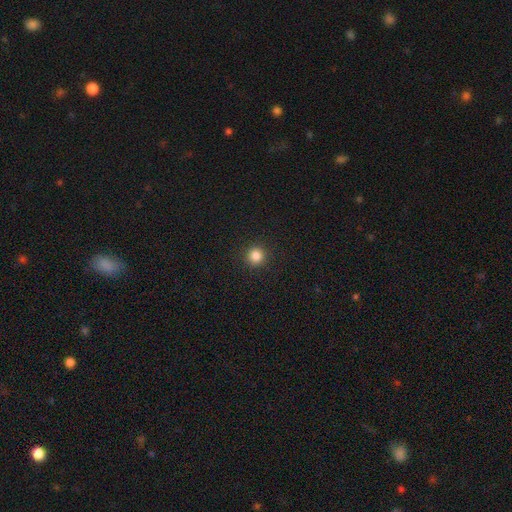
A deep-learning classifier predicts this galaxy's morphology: A smooth galaxy with no disk features (84%) that is round (94%). Merging: none (93%).